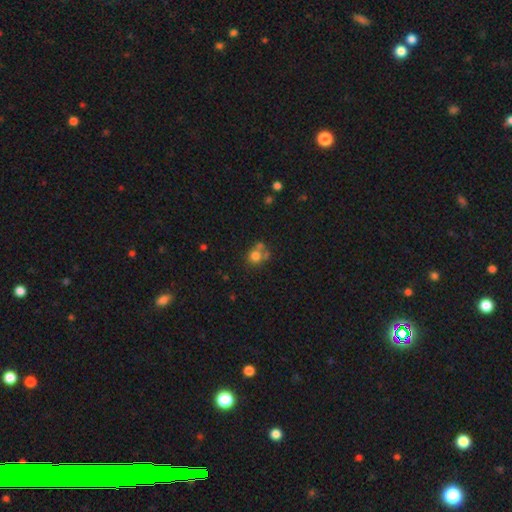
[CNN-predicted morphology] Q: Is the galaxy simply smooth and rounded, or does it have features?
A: smooth — 72%.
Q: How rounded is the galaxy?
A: round — 78%.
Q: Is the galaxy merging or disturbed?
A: none — 45%.